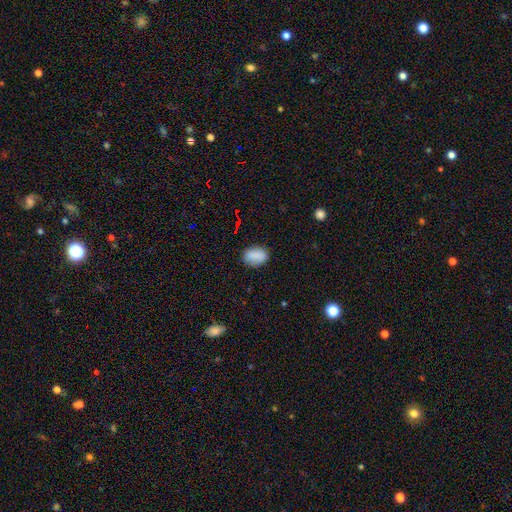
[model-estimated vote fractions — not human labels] Smooth or featured: smooth — 85% (star or artifact — 9%)
How rounded: in between — 76% (round — 22%)
Merging: none — 81% (minor disturbance — 14%)